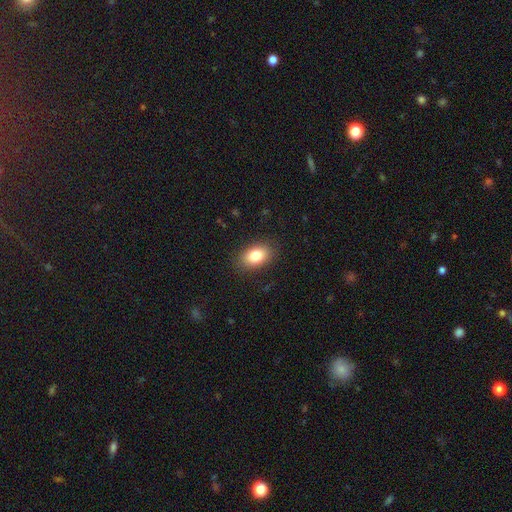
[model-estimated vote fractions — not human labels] Smooth or featured? smooth (83%)
How rounded? in between (89%)
Merging? none (87%)